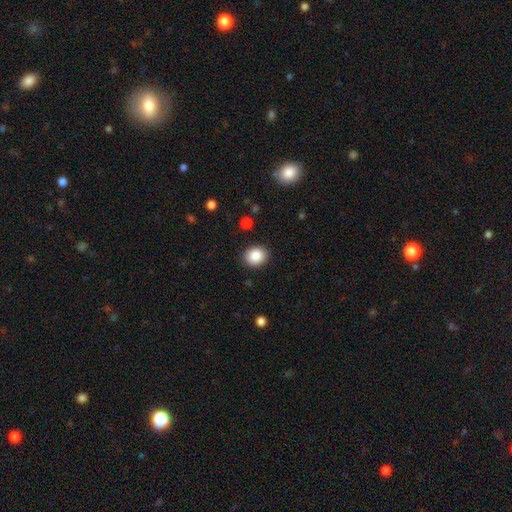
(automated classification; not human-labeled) The model was most divided on "how rounded": round: 67%, in between: 32%, cigar-shaped: 1%. More confident: merging — none (89%); smooth or featured — smooth (86%).